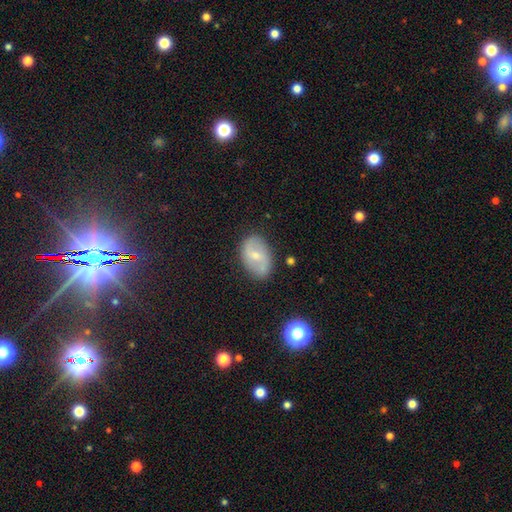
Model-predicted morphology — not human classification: smooth-or-featured: featured or disk: 60% | smooth: 33% | star or artifact: 8%
  disk-edge-on: no: 97% | yes: 3%
    bar: weak: 52% | no: 31% | strong: 17%
    has-spiral-arms: yes: 81% | no: 19%
    bulge-size: small: 58% | moderate: 36% | none: 4% | large: 1% | dominant: 1%
  merging: none: 79% | minor disturbance: 15% | major disturbance: 4% | merger: 2%